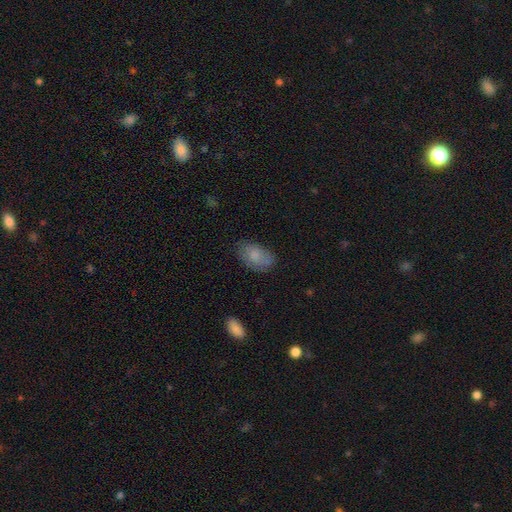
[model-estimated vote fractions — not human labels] This appears to be a smooth galaxy with no disk features (78%) that is in between round and cigar-shaped (91%). Merging: none (70%).